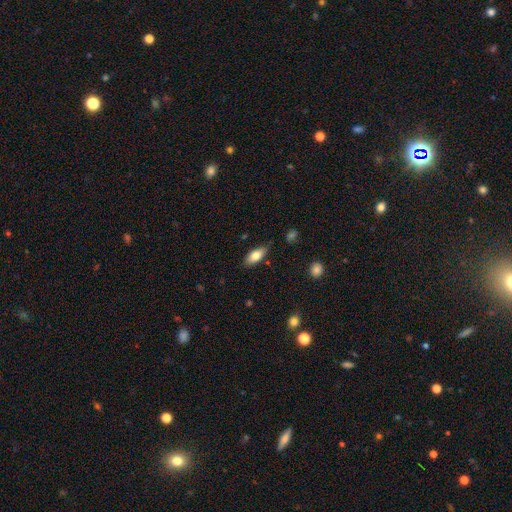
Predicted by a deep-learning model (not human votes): This is likely a smooth galaxy (77%). How rounded: clearly in between (83%). Merging: likely none (76%).